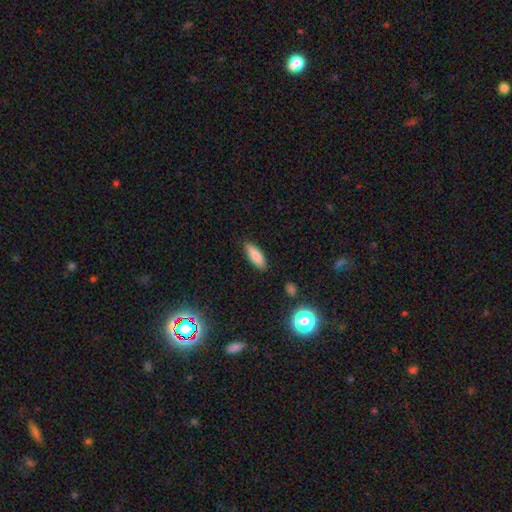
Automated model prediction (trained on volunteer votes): smooth-or-featured: smooth: 80% | featured or disk: 13% | star or artifact: 7%
  how-rounded: in between: 61% | cigar-shaped: 37% | round: 2%
  merging: none: 87% | minor disturbance: 10% | major disturbance: 2% | merger: 1%